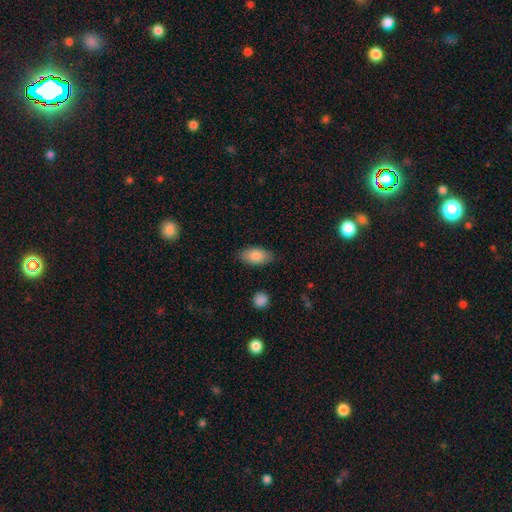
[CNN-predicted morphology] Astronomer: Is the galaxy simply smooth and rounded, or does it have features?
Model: smooth — 84%.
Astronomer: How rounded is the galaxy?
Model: in between — 92%.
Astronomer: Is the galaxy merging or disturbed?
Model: none — 84%.